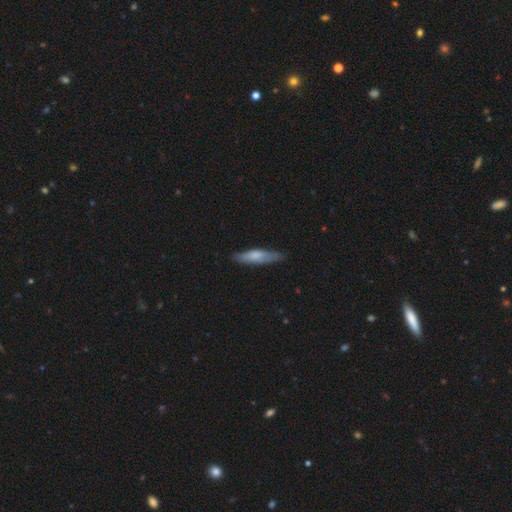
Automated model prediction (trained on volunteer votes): The model was most divided on "smooth or featured": smooth: 65%, featured or disk: 30%, star or artifact: 5%. More confident: merging — none (78%); how rounded — cigar-shaped (76%).